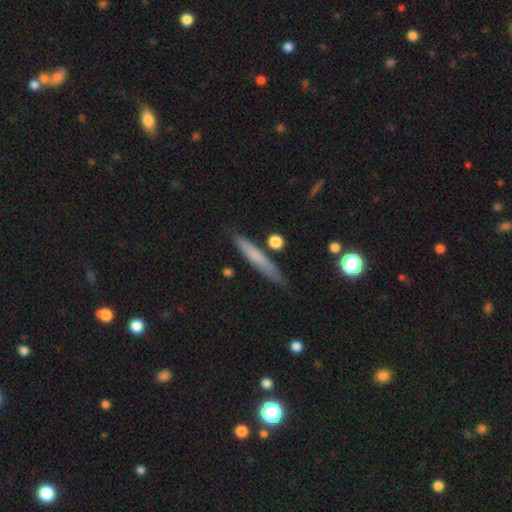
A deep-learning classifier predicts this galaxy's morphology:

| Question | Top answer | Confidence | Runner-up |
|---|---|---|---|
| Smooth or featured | smooth | 66% | featured or disk (27%) |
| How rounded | cigar-shaped | 93% | in between (5%) |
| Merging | none | 82% | minor disturbance (12%) |